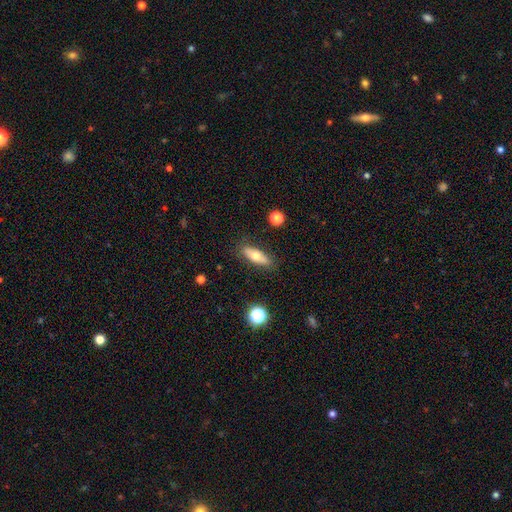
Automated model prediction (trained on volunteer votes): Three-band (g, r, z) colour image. It shows a smooth galaxy with no disk features (62%) that is in between round and cigar-shaped (60%). Merging: none (84%).